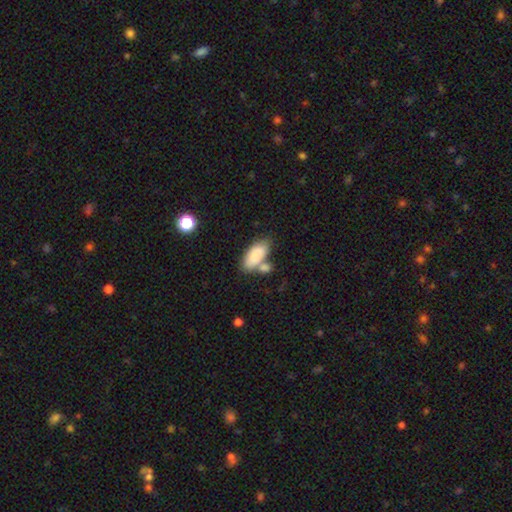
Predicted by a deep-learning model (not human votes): Morphology: type=smooth (82%); roundness=in between (89%); merging=none (48%).